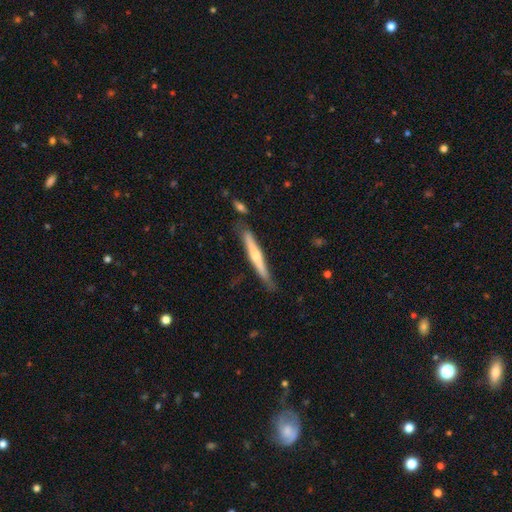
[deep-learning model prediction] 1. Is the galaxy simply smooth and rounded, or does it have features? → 54% featured or disk, 41% smooth, 5% star or artifact.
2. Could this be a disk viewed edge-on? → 96% yes, 4% no.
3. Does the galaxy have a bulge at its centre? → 66% rounded, 26% none, 8% boxy.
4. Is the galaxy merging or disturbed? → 77% none, 16% minor disturbance, 4% merger, 3% major disturbance.